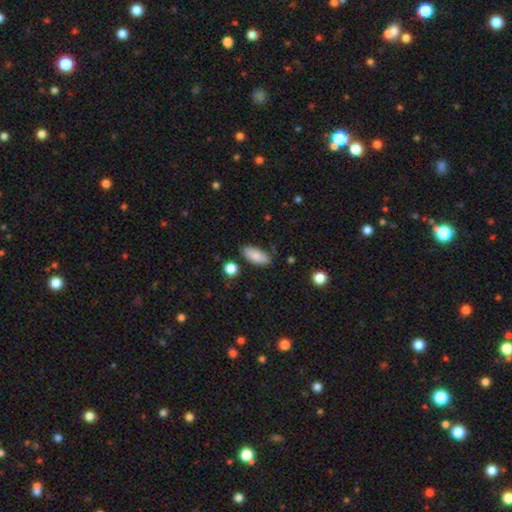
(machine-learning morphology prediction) Overall: smooth (86%). How rounded: in between (88%). Merging: none (76%).